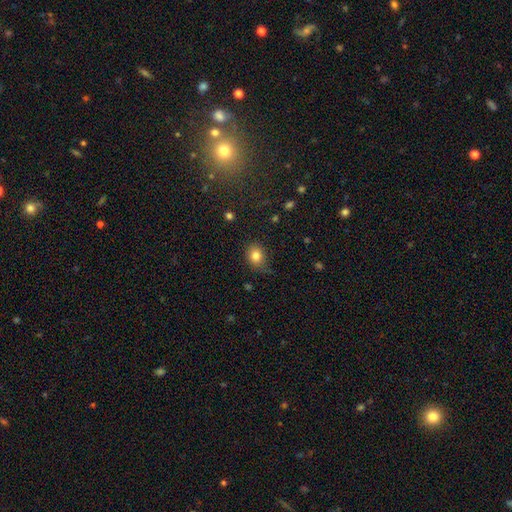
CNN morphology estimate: type=smooth (82%); roundness=in between (50%); merging=none (71%).